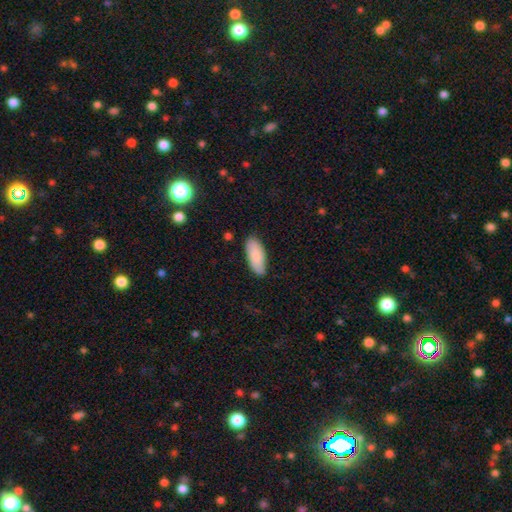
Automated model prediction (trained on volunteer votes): Morphology: type=smooth (87%); roundness=in between (83%); merging=none (84%).